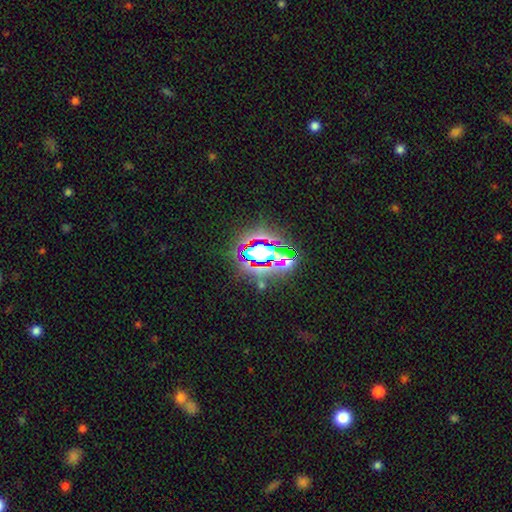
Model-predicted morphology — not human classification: smooth-or-featured: star or artifact: 68% | smooth: 19% | featured or disk: 13%